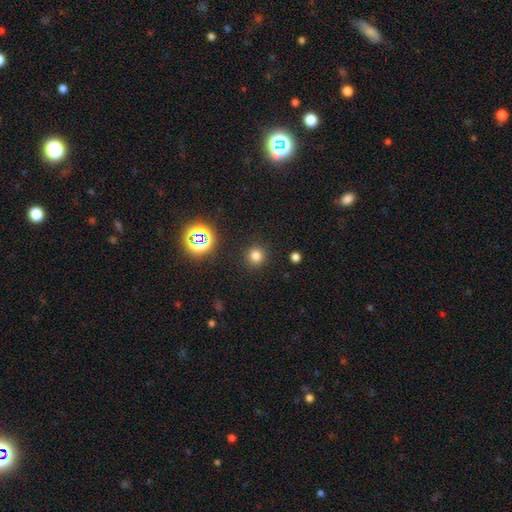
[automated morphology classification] This is likely a smooth galaxy (75%). How rounded: clearly round (93%). Merging: clearly none (90%).